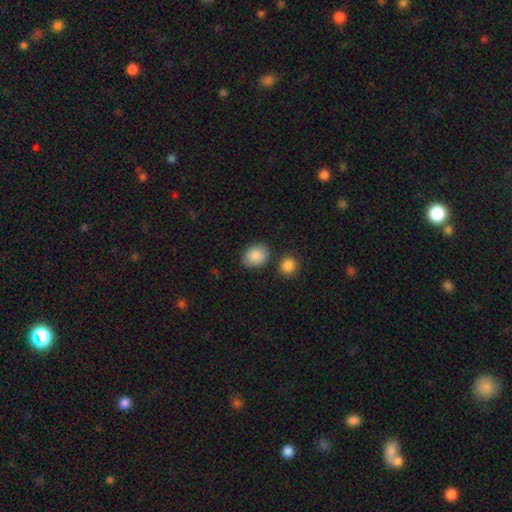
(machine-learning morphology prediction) Smooth or featured?
  - smooth: 88% *
  - star or artifact: 7%
  - featured or disk: 5%
How rounded?
  - in between: 53% *
  - round: 46%
  - cigar-shaped: 1%
Merging?
  - none: 75% *
  - minor disturbance: 14%
  - merger: 7%
  - major disturbance: 4%